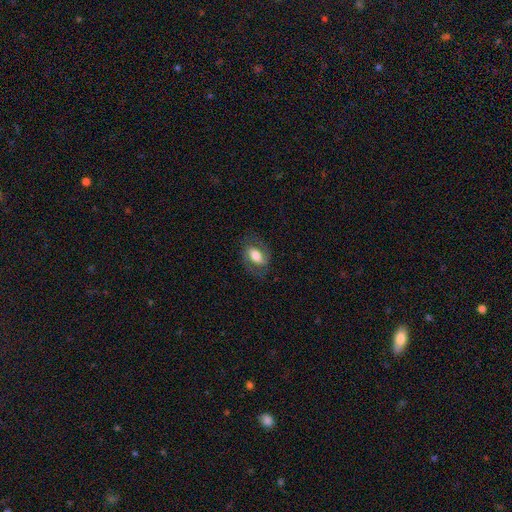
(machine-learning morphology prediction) A smooth galaxy with no disk features (47%). Merging: none (73%).